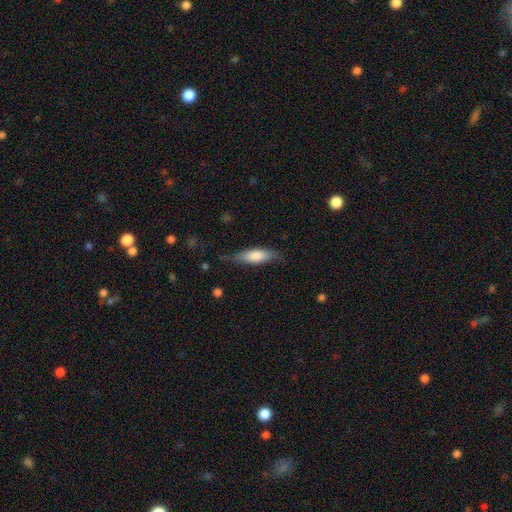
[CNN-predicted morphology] Smooth or featured?
  - smooth: 73% *
  - featured or disk: 21%
  - star or artifact: 6%
How rounded?
  - in between: 58% *
  - cigar-shaped: 40%
  - round: 2%
Merging?
  - none: 67% *
  - minor disturbance: 25%
  - major disturbance: 6%
  - merger: 2%